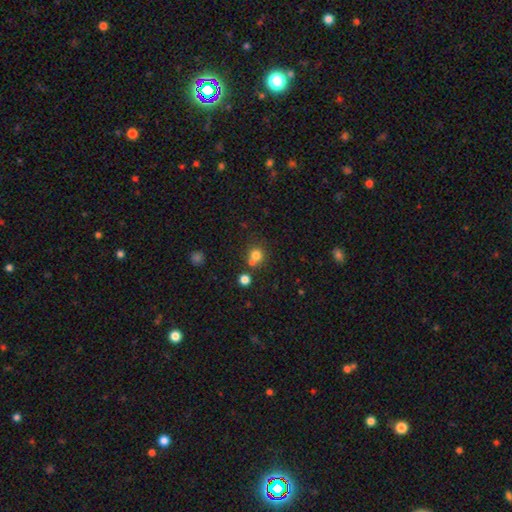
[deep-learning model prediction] A smooth galaxy with no disk features (76%) that is round (88%).

Vote fractions:
- Smooth or featured? smooth: 76% / star or artifact: 15% / featured or disk: 9%
- How rounded? round: 88% / in between: 11% / cigar-shaped: 1%
- Merging? none: 55% / merger: 34% / minor disturbance: 7% / major disturbance: 3%